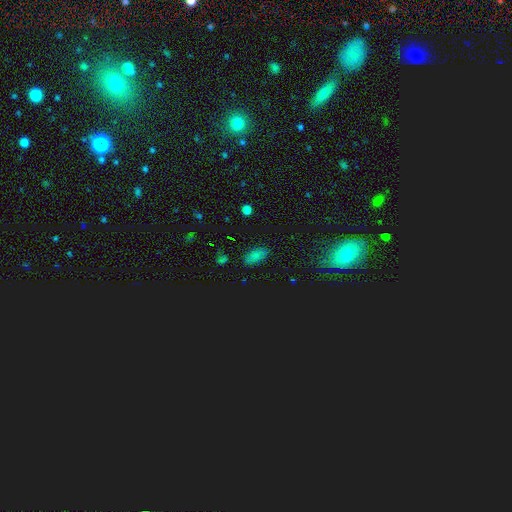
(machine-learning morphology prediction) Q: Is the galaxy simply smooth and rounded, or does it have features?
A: smooth — 66%.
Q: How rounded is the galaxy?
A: in between — 89%.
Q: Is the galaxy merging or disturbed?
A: none — 83%.